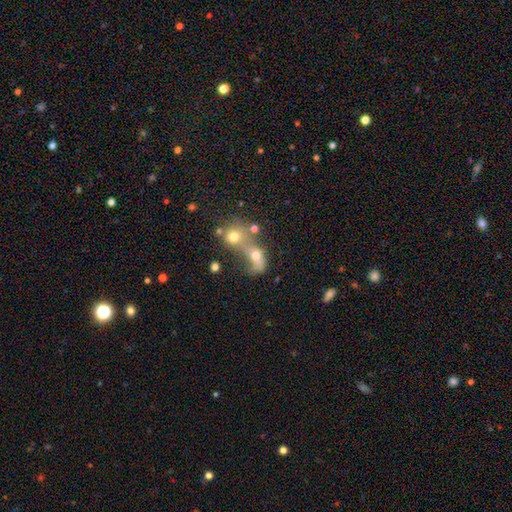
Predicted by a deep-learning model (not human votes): A smooth galaxy with no disk features (61%) that is in between round and cigar-shaped (54%).

Vote fractions:
- Smooth or featured? smooth: 61% / featured or disk: 23% / star or artifact: 15%
- How rounded? in between: 54% / round: 41% / cigar-shaped: 5%
- Merging? merger: 64% / none: 16% / major disturbance: 13% / minor disturbance: 7%